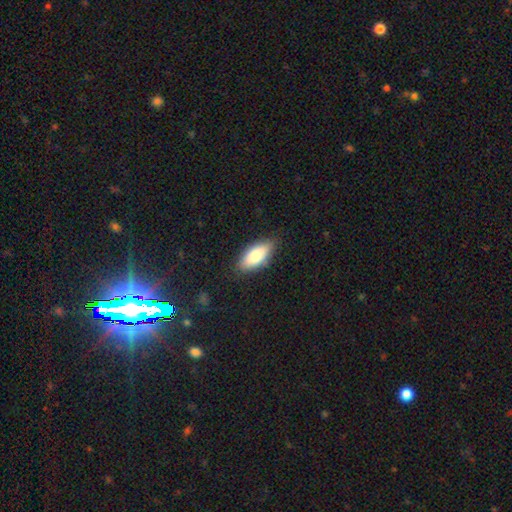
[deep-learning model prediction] This is clearly a smooth galaxy (81%). How rounded: clearly in between (86%). Merging: clearly none (82%).